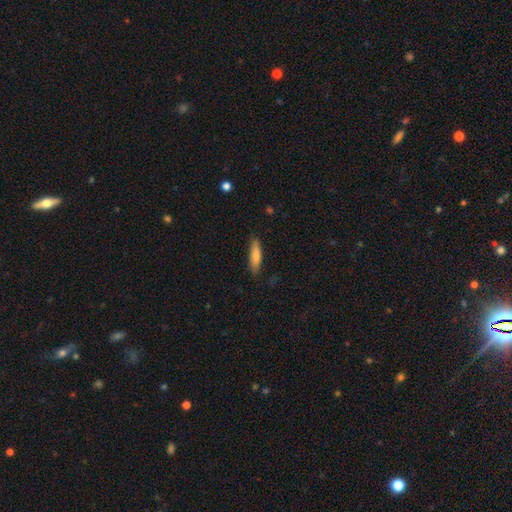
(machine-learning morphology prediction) A smooth galaxy with no disk features (77%) that is cigar-shaped (67%).

Vote fractions:
- Smooth or featured? smooth: 77% / featured or disk: 17% / star or artifact: 6%
- How rounded? cigar-shaped: 67% / in between: 32% / round: 2%
- Merging? none: 81% / minor disturbance: 15% / major disturbance: 3% / merger: 1%